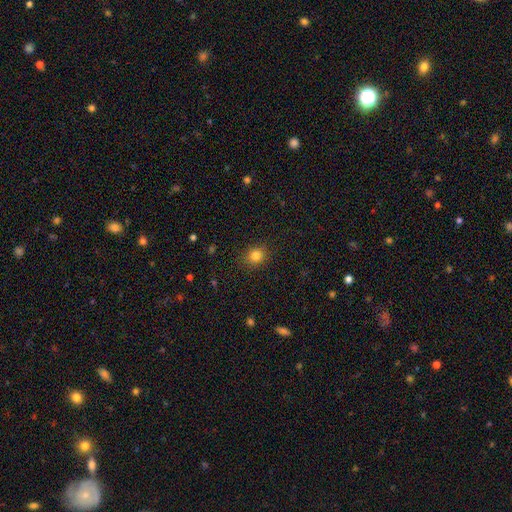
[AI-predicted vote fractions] This appears to be a smooth galaxy with no disk features (82%) that is round (75%). Merging: none (88%).